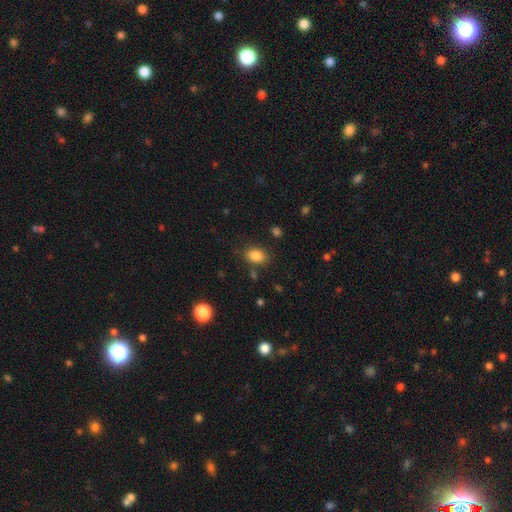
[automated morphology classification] Smooth or featured: smooth — 84% (star or artifact — 10%)
How rounded: in between — 81% (round — 17%)
Merging: none — 80% (minor disturbance — 13%)